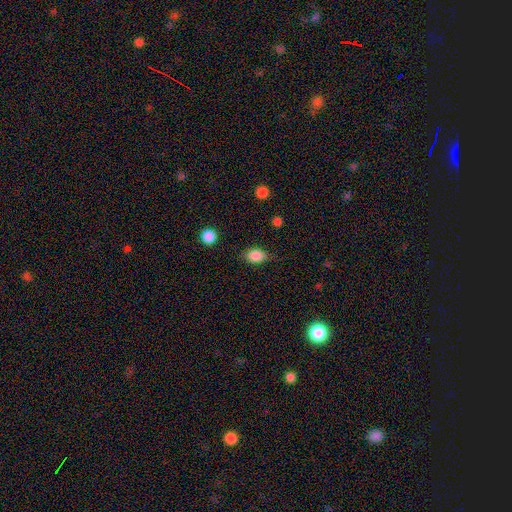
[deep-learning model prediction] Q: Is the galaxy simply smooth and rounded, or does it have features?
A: smooth — 85%.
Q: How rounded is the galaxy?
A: in between — 72%.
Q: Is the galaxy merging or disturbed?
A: none — 74%.